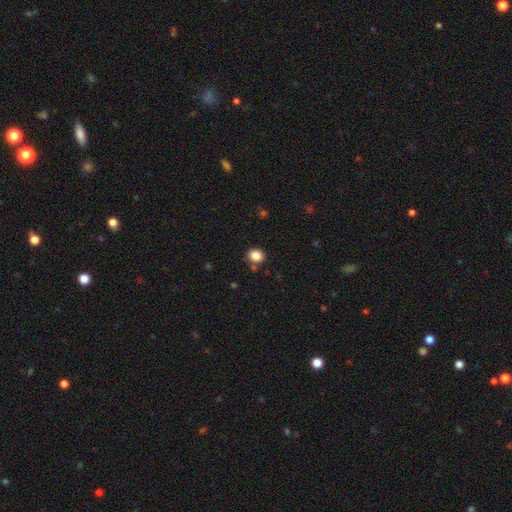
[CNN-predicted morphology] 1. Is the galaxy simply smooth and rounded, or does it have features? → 86% smooth, 10% star or artifact, 4% featured or disk.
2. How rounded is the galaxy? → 69% round, 30% in between, 1% cigar-shaped.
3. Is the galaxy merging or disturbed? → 81% none, 11% minor disturbance, 5% merger, 3% major disturbance.